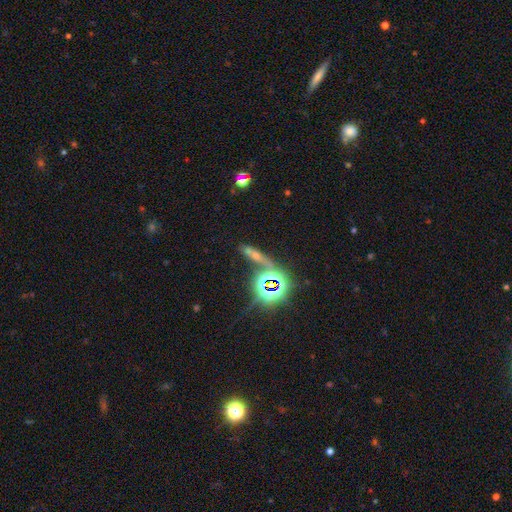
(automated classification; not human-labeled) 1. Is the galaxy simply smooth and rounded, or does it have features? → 54% star or artifact, 25% featured or disk, 22% smooth.